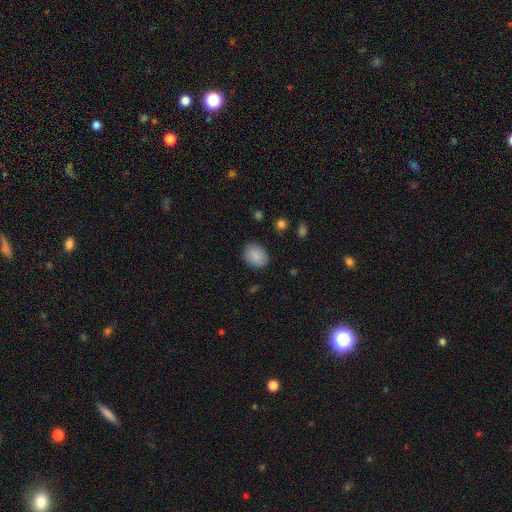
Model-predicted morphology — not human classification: This is clearly a smooth galaxy (88%). How rounded: possibly in between (59%). Merging: clearly none (85%).